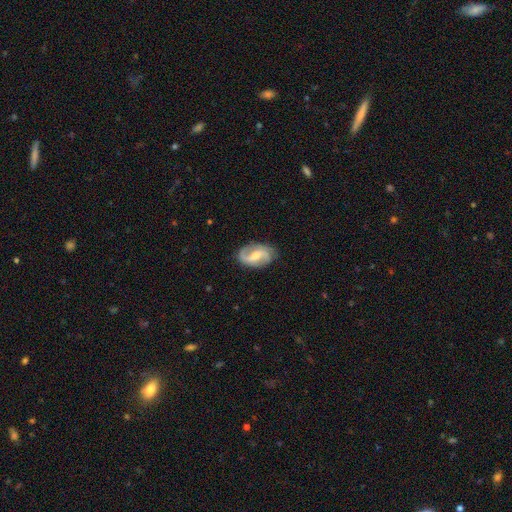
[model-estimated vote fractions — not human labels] Smooth or featured? featured or disk (82%)
Edge-on disk? no (97%)
Bar? weak (52%)
Spiral arms? yes (96%)
Spiral winding? loose (47%)
Spiral arm count? 2 (88%)
Bulge size? moderate (51%)
Merging? none (80%)